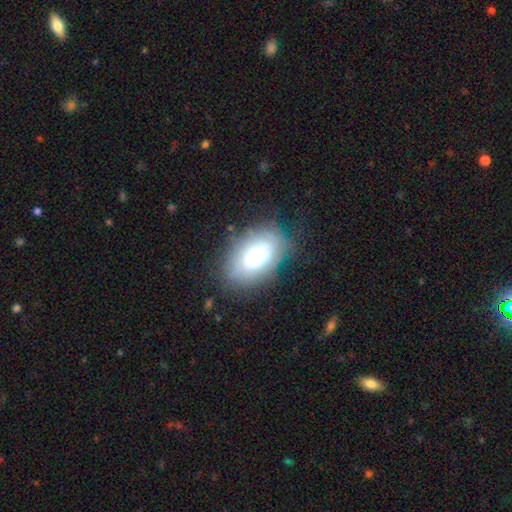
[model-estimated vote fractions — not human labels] This is possibly a smooth galaxy (52%). How rounded: clearly in between (89%). Merging: likely none (65%).